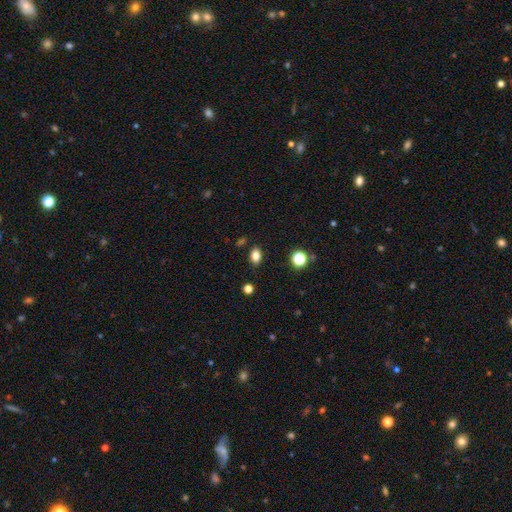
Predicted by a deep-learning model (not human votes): Smooth or featured: smooth — 82% (star or artifact — 12%)
How rounded: in between — 78% (round — 21%)
Merging: none — 86% (minor disturbance — 10%)